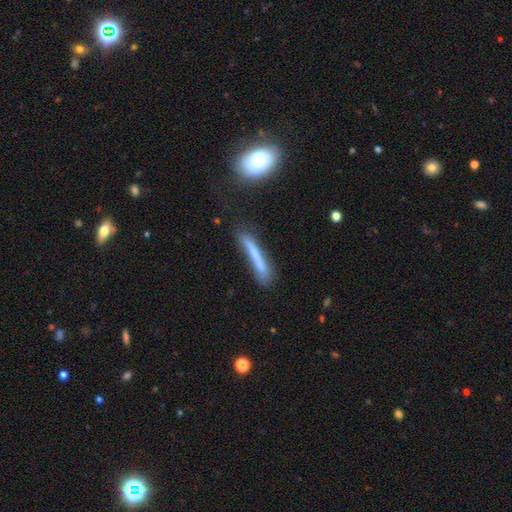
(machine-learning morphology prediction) This appears to be a smooth galaxy with no disk features (58%) that is cigar-shaped (94%). Merging: none (64%).